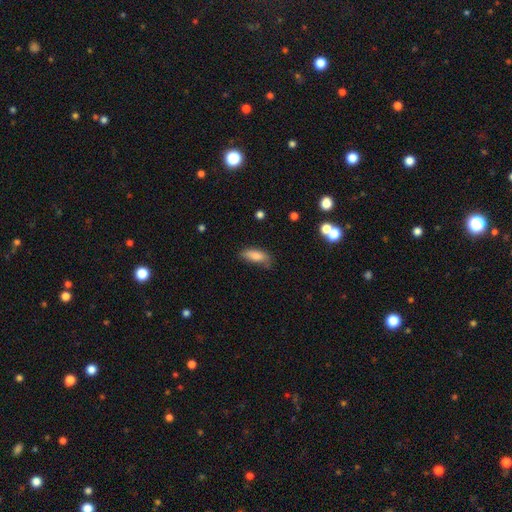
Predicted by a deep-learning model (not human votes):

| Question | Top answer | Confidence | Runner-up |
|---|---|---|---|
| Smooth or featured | smooth | 82% | featured or disk (10%) |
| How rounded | in between | 76% | cigar-shaped (22%) |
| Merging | none | 61% | minor disturbance (29%) |